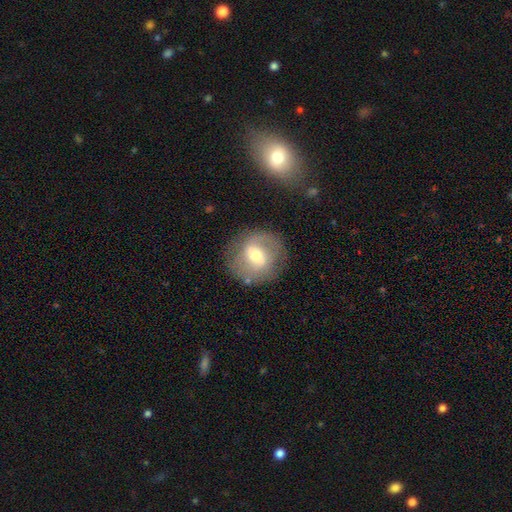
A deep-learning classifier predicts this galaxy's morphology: type=featured or disk (56%); edge-on=no (95%); bar=weak (48%); spiral arms=yes (66%); bulge=moderate (59%); merging=none (76%).